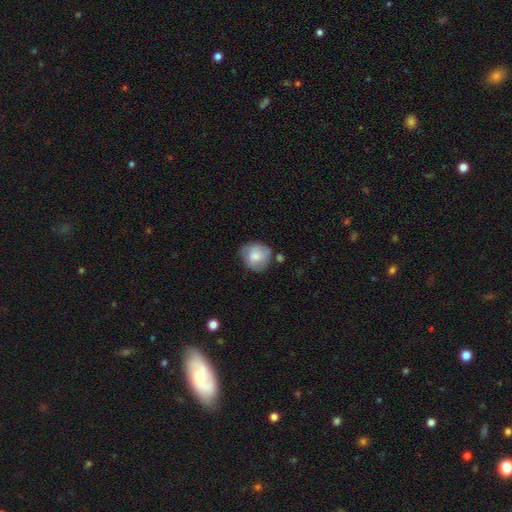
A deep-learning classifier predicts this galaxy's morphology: Smooth or featured: smooth — 67% (featured or disk — 26%)
How rounded: round — 85% (in between — 14%)
Merging: none — 60% (minor disturbance — 27%)